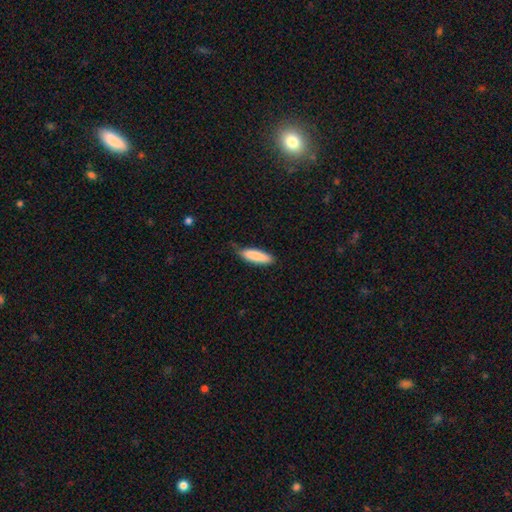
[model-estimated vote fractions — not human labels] A smooth galaxy with no disk features (87%) that is cigar-shaped (60%). Merging: none (71%).